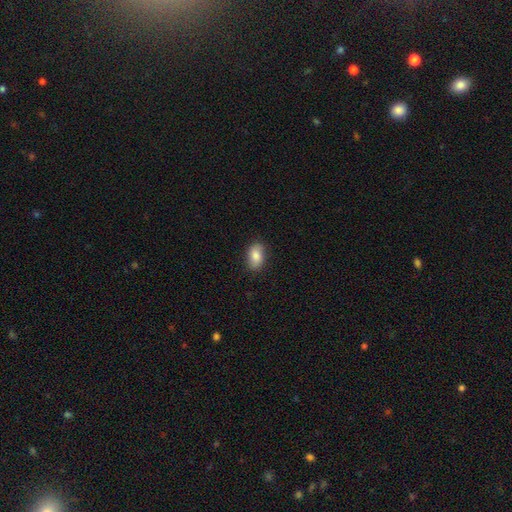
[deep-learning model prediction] Smooth or featured?
  - smooth: 83% *
  - featured or disk: 10%
  - star or artifact: 7%
How rounded?
  - in between: 88% *
  - round: 10%
  - cigar-shaped: 2%
Merging?
  - none: 84% *
  - minor disturbance: 12%
  - major disturbance: 3%
  - merger: 1%